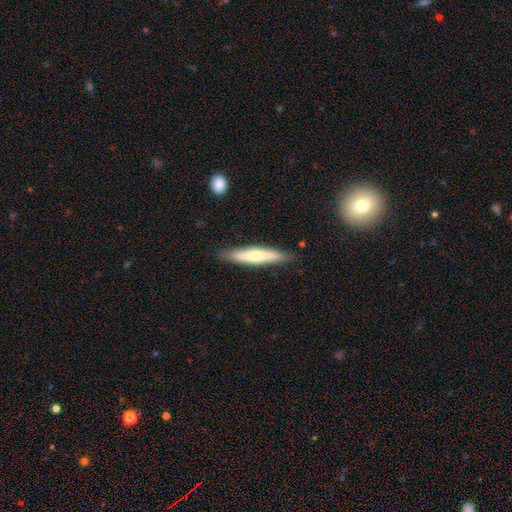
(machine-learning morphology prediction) This appears to be a smooth galaxy with no disk features (58%) that is cigar-shaped (90%). Merging: none (87%).